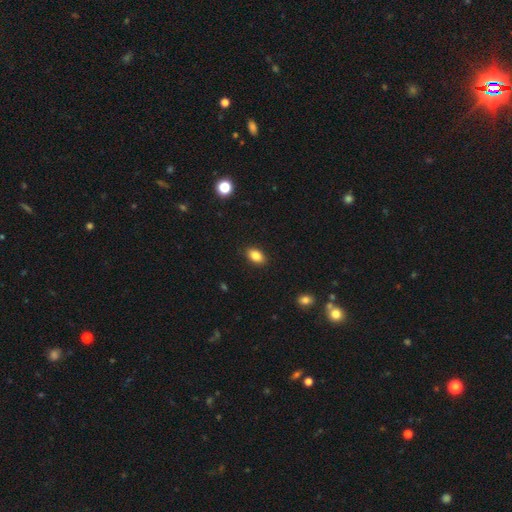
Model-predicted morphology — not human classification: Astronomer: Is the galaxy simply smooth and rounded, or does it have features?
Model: smooth — 85%.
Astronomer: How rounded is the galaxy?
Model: in between — 88%.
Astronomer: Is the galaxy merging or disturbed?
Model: none — 89%.